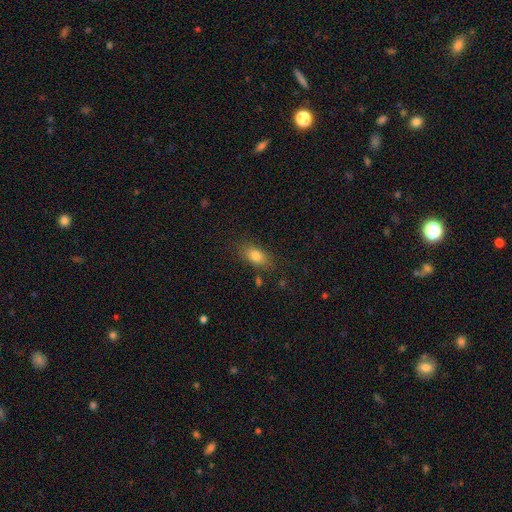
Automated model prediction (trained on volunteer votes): Smooth or featured? Predicted: smooth (p=0.80). How rounded? Predicted: in between (p=0.84). Merging? Predicted: none (p=0.80).